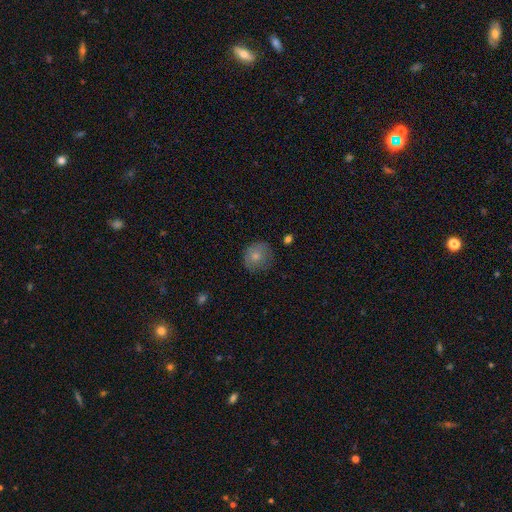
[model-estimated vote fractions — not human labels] A smooth galaxy with no disk features (75%) that is round (88%). Merging: none (73%).